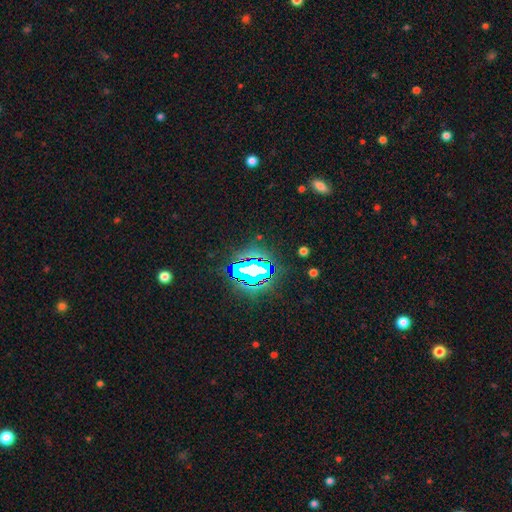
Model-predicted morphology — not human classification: Smooth or featured? Predicted: star or artifact (p=0.81).